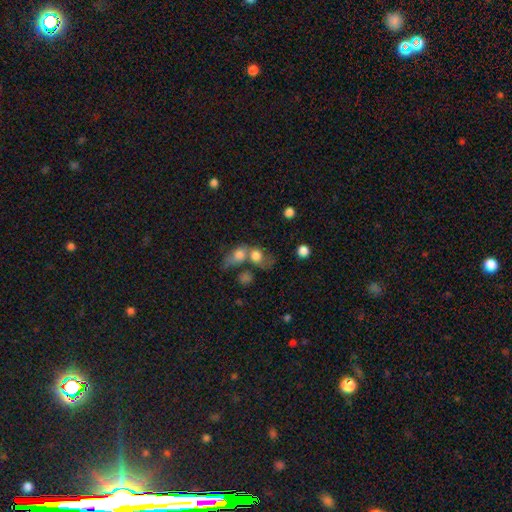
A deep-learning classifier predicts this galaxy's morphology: smooth 72%, featured or disk 17%, star or artifact 11%. Down the decision tree: how rounded — round (57%); merging — merger (58%).